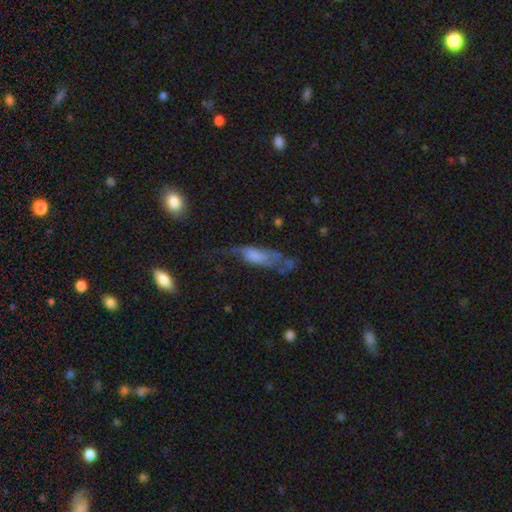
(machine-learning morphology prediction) This is possibly a smooth galaxy (50%). How rounded: likely in between (60%). Merging: marginally major disturbance (42%).